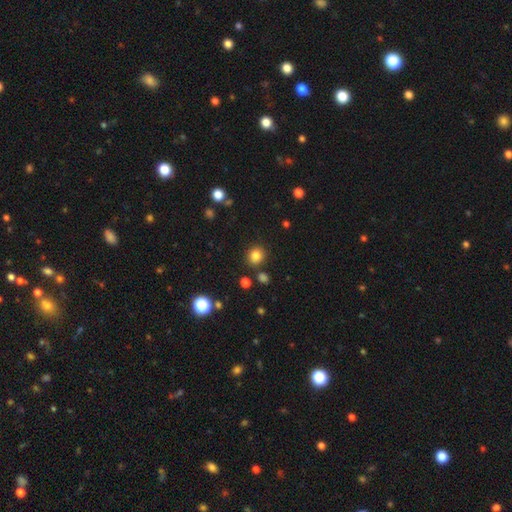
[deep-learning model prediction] The model was most divided on "how rounded": round: 82%, in between: 17%, cigar-shaped: 1%. More confident: merging — none (85%); smooth or featured — smooth (82%).